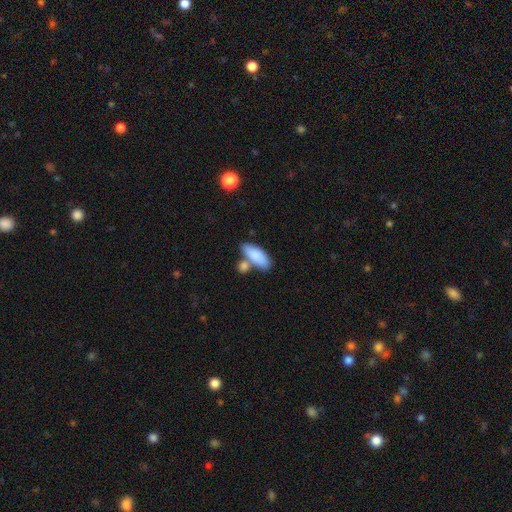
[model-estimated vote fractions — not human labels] A smooth galaxy with no disk features (84%) that is in between round and cigar-shaped (80%).

Vote fractions:
- Smooth or featured? smooth: 84% / featured or disk: 10% / star or artifact: 6%
- How rounded? in between: 80% / cigar-shaped: 17% / round: 3%
- Merging? none: 53% / merger: 28% / minor disturbance: 14% / major disturbance: 4%